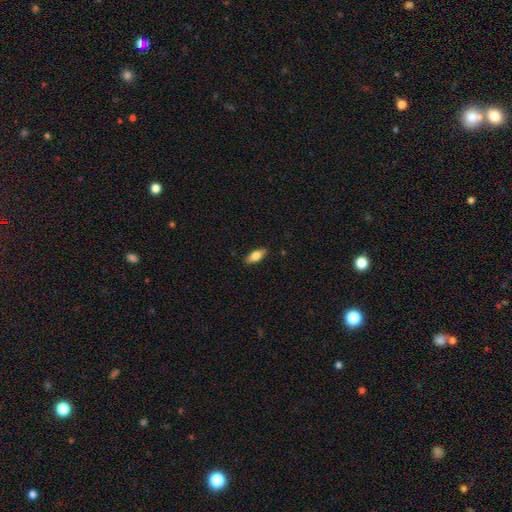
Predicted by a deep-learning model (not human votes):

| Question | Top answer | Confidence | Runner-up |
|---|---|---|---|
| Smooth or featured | smooth | 77% | featured or disk (17%) |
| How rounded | in between | 82% | cigar-shaped (16%) |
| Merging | none | 88% | minor disturbance (9%) |